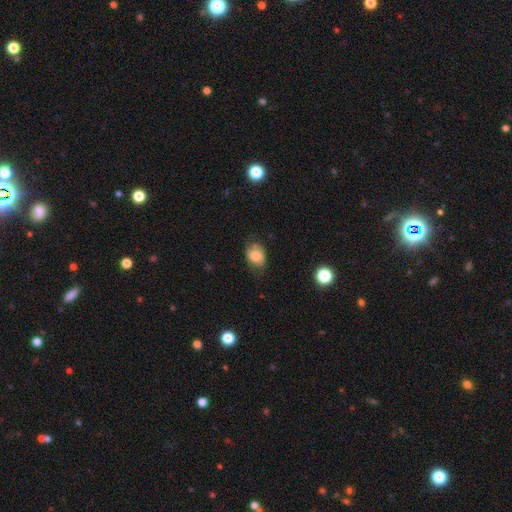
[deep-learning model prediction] A smooth galaxy with no disk features (72%) that is in between round and cigar-shaped (71%). Merging: none (58%).